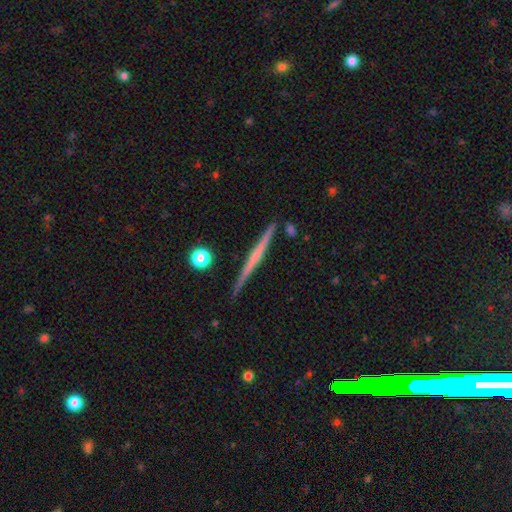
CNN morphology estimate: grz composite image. It shows a featured or disk galaxy (63%) viewed edge-on (98%) with no central bulge (71%). Merging: none (89%).